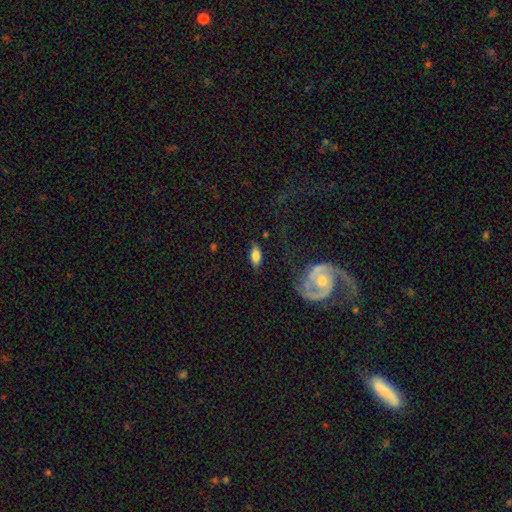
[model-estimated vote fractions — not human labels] Smooth or featured? Predicted: smooth (p=0.72). How rounded? Predicted: in between (p=0.79). Merging? Predicted: none (p=0.78).